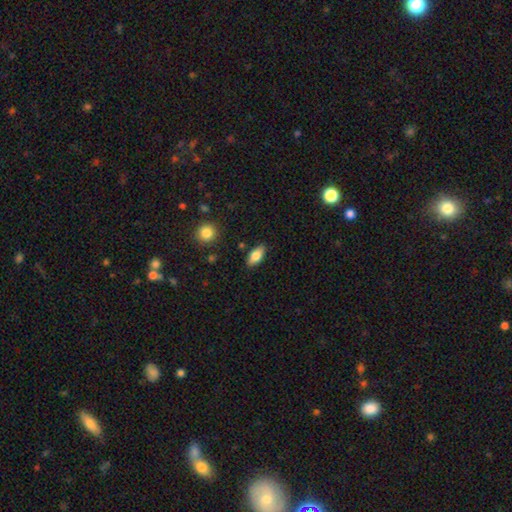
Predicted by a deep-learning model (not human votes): smooth_or_featured: smooth (p=0.77) [alt: featured or disk p=0.16]
how_rounded: in between (p=0.87) [alt: cigar-shaped p=0.10]
merging: none (p=0.85) [alt: minor disturbance p=0.11]